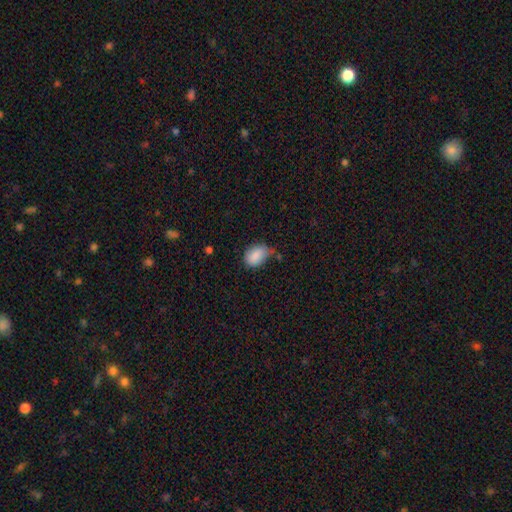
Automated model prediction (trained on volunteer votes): Morphology: type=smooth (87%); roundness=in between (82%); merging=none (50%).